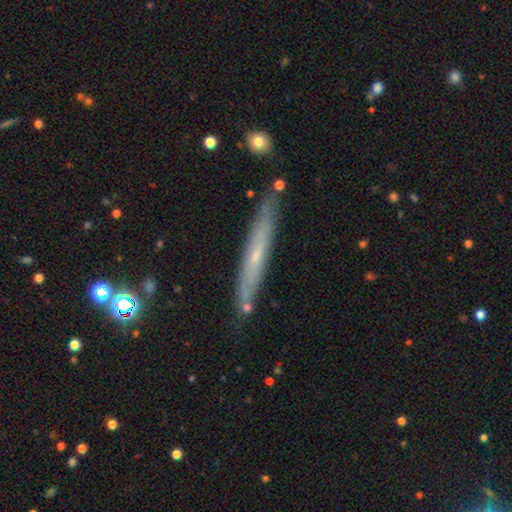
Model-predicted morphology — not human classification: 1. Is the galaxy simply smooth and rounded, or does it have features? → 57% featured or disk, 36% smooth, 7% star or artifact.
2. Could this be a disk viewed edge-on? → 88% yes, 12% no.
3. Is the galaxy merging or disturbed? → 84% none, 11% minor disturbance, 3% merger, 2% major disturbance.